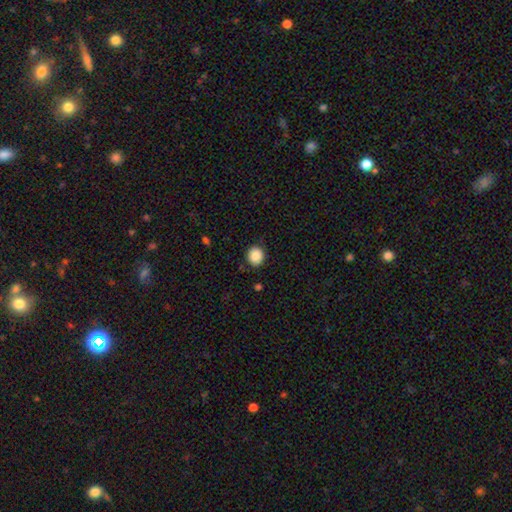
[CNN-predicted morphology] Q: Smooth or featured?
A: smooth (88%); runner-up: star or artifact (9%)
Q: How rounded?
A: round (78%); runner-up: in between (21%)
Q: Merging?
A: none (87%); runner-up: minor disturbance (9%)